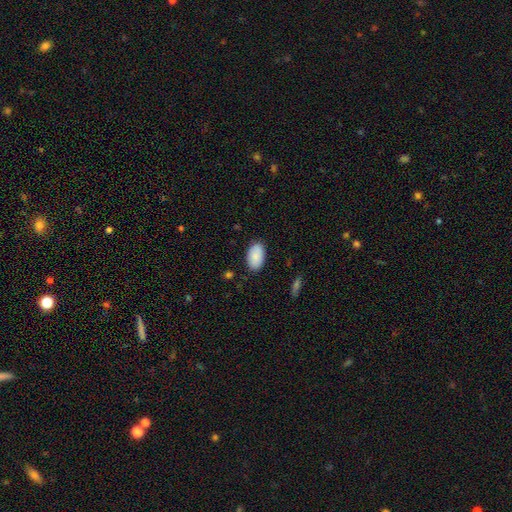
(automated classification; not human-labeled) Morphology: type=smooth (88%); roundness=in between (95%); merging=none (85%).